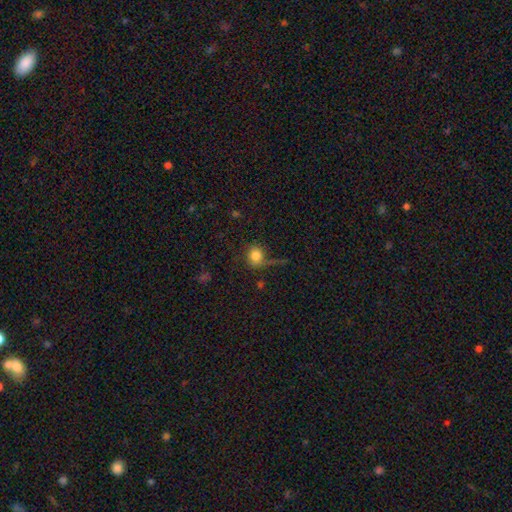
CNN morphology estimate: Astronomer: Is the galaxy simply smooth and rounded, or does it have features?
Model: smooth — 80%.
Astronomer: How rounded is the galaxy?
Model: round — 81%.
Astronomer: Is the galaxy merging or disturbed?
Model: none — 64%.